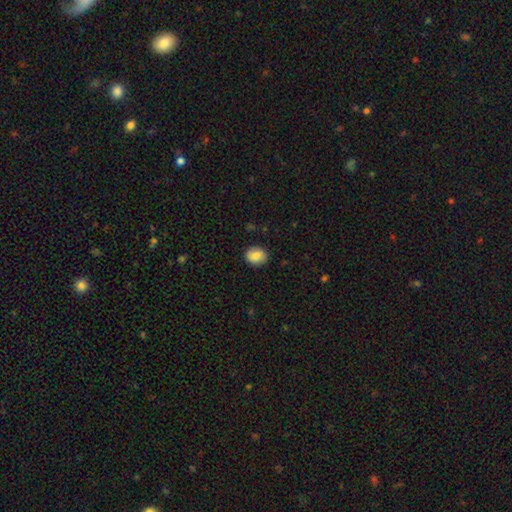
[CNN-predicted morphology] Overall: smooth (83%). How rounded: round (56%; in between 43%). Merging: none (87%).